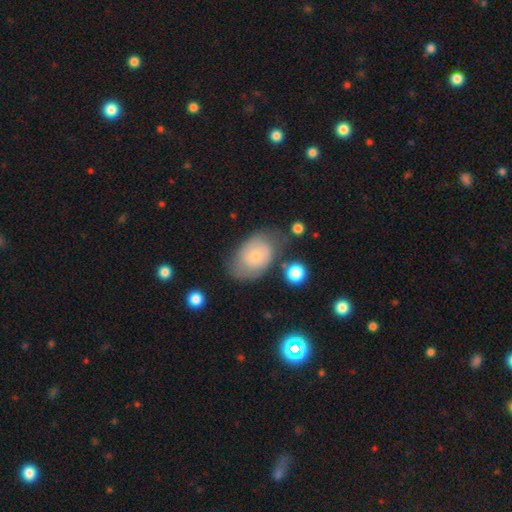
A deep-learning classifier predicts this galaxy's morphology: Smooth or featured? smooth (56%)
How rounded? in between (83%)
Merging? none (58%)